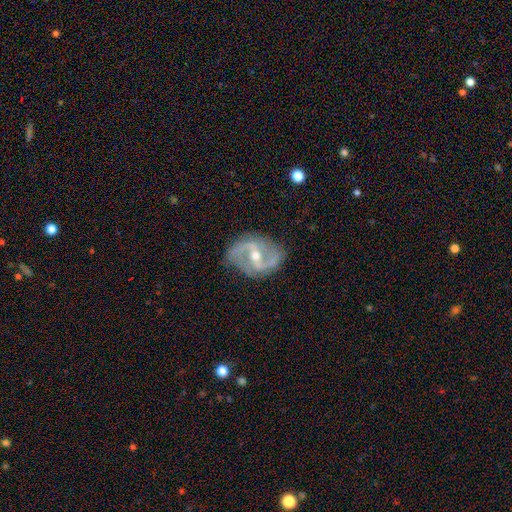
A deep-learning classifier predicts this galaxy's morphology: A featured or disk galaxy (89%) with a weak bar (43%), 2 (92%) medium (47%) spiral arms (95%) and a moderate central bulge (60%).

Vote fractions:
- Smooth or featured? featured or disk: 89% / smooth: 6% / star or artifact: 5%
- Edge-on disk? no: 97% / yes: 3%
- Bar? weak: 43% / strong: 37% / no: 20%
- Spiral arms? yes: 95% / no: 5%
- Spiral winding? medium: 47% / loose: 38% / tight: 14%
- Spiral arm count? 2: 92% / can't tell: 3% / 1: 2% / 3: 1% / 4: 1% / more than 4: 1%
- Bulge size? moderate: 60% / small: 36% / large: 2% / none: 1% / dominant: 1%
- Merging? none: 77% / minor disturbance: 16% / major disturbance: 5% / merger: 1%